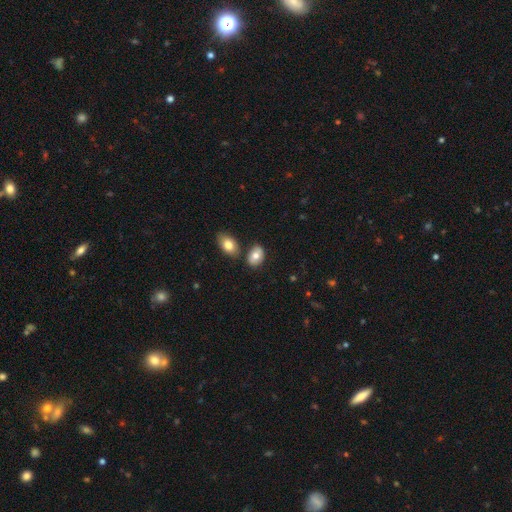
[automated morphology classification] Q: Smooth or featured?
A: smooth (77%); runner-up: featured or disk (16%)
Q: How rounded?
A: in between (86%); runner-up: round (13%)
Q: Merging?
A: none (71%); runner-up: merger (14%)